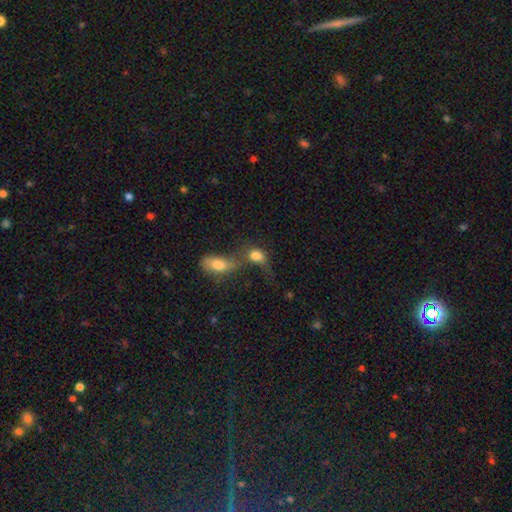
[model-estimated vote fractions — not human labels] smooth-or-featured: smooth: 75% | featured or disk: 14% | star or artifact: 10%
  how-rounded: in between: 64% | round: 32% | cigar-shaped: 4%
  merging: merger: 65% | none: 16% | major disturbance: 11% | minor disturbance: 8%